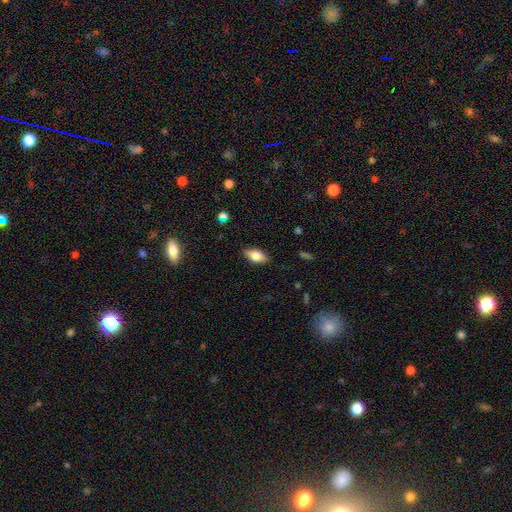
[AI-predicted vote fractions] Morphology: type=smooth (74%); roundness=in between (87%); merging=none (86%).